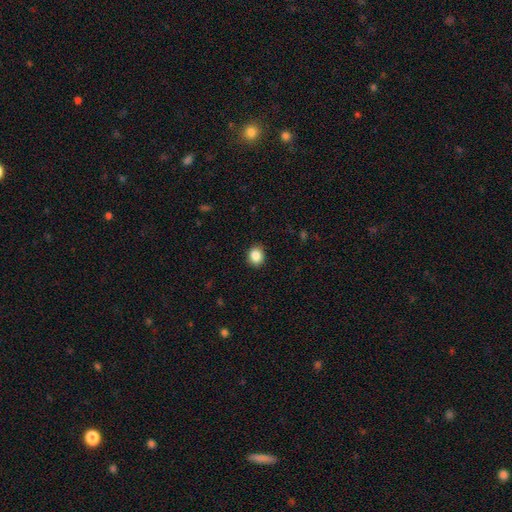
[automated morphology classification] This appears to be a smooth galaxy with no disk features (87%) that is round (66%). Merging: none (90%).